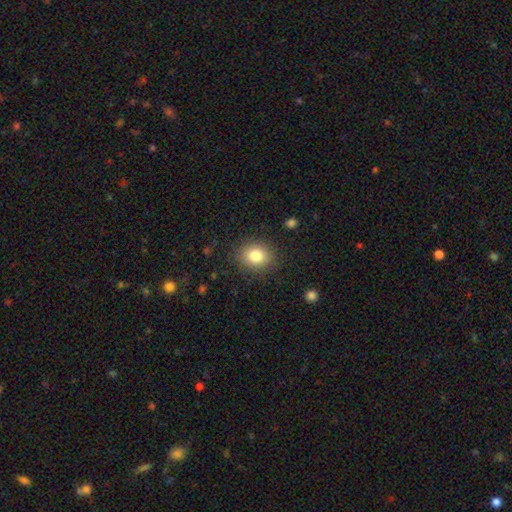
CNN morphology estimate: Smooth or featured?
  - smooth: 81% *
  - star or artifact: 10%
  - featured or disk: 9%
How rounded?
  - round: 61% *
  - in between: 38%
  - cigar-shaped: 1%
Merging?
  - none: 87% *
  - minor disturbance: 9%
  - major disturbance: 3%
  - merger: 1%